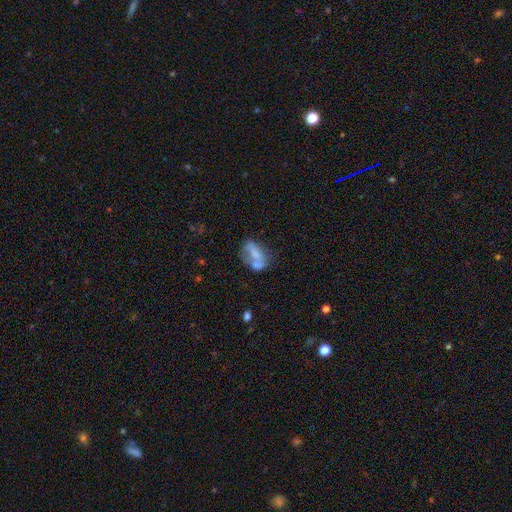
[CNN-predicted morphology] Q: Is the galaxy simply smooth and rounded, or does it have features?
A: smooth — 50%.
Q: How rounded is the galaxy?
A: in between — 81%.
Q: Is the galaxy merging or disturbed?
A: none — 32%.